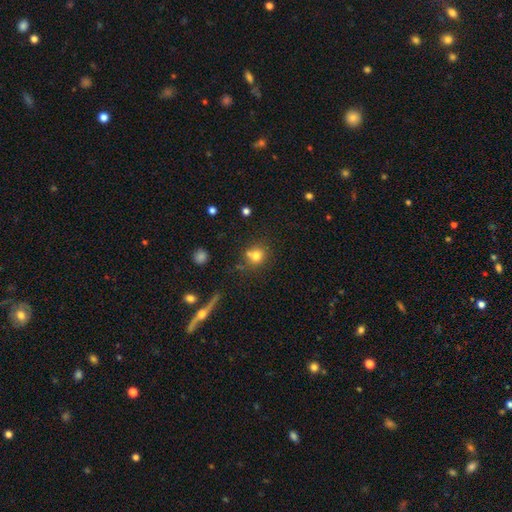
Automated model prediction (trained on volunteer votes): Smooth or featured: smooth — 74% (star or artifact — 14%)
How rounded: round — 81% (in between — 18%)
Merging: none — 60% (merger — 23%)